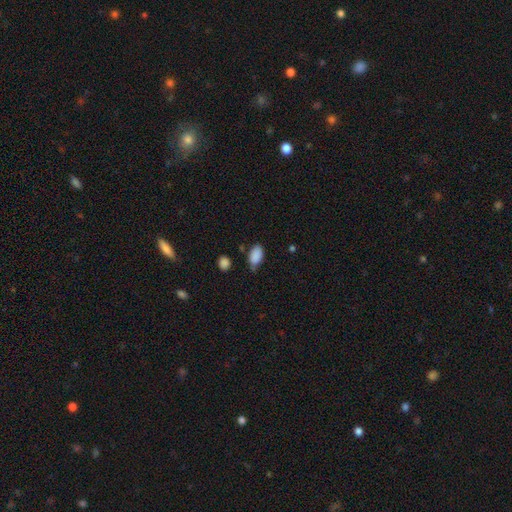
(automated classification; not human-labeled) Morphology: type=smooth (88%); roundness=in between (93%); merging=none (63%).